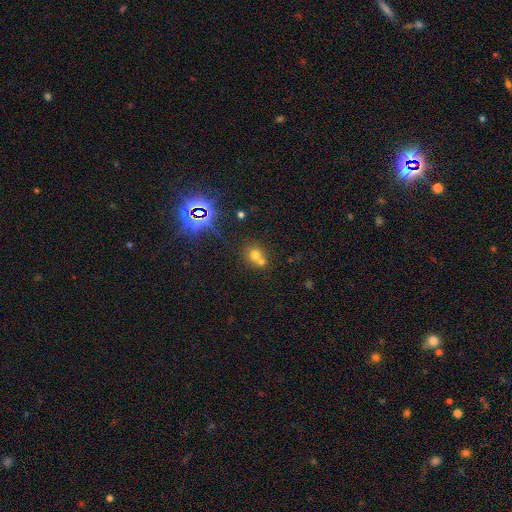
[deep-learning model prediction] Smooth or featured? smooth (65%)
How rounded? round (82%)
Merging? merger (50%)